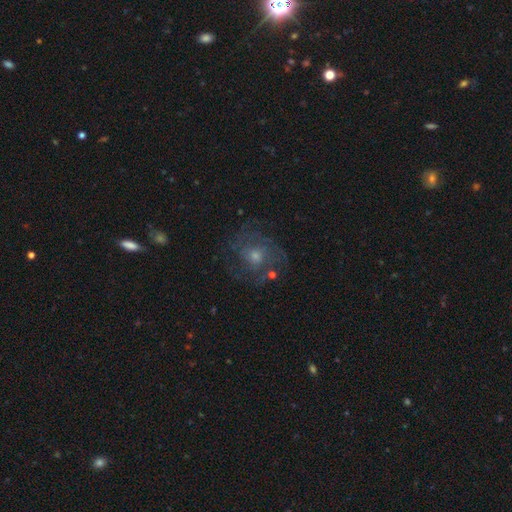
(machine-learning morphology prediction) Smooth or featured: featured or disk — 66% (smooth — 22%)
Edge-on disk: no — 97% (yes — 3%)
Bar: no — 77% (weak — 20%)
Spiral arms: yes — 79% (no — 21%)
Spiral winding: tight — 46% (medium — 39%)
Spiral arm count: can't tell — 45% (3 — 17%)
Bulge size: moderate — 47% (small — 44%)
Merging: none — 67% (minor disturbance — 16%)